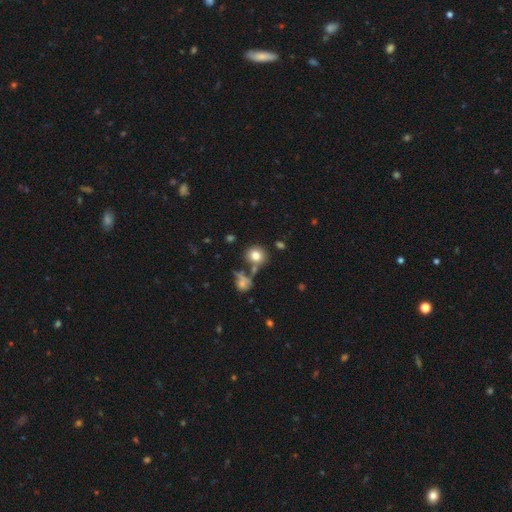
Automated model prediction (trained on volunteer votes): A smooth galaxy with no disk features (80%) that is round (83%).

Vote fractions:
- Smooth or featured? smooth: 80% / star or artifact: 11% / featured or disk: 9%
- How rounded? round: 83% / in between: 16% / cigar-shaped: 1%
- Merging? none: 67% / merger: 15% / minor disturbance: 12% / major disturbance: 5%